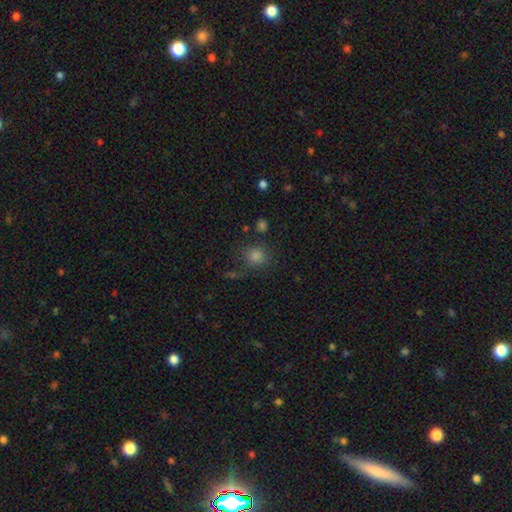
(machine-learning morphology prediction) Smooth or featured?
  - smooth: 76% *
  - star or artifact: 19%
  - featured or disk: 5%
How rounded?
  - round: 87% *
  - in between: 12%
  - cigar-shaped: 1%
Merging?
  - none: 79% *
  - minor disturbance: 11%
  - merger: 5%
  - major disturbance: 5%